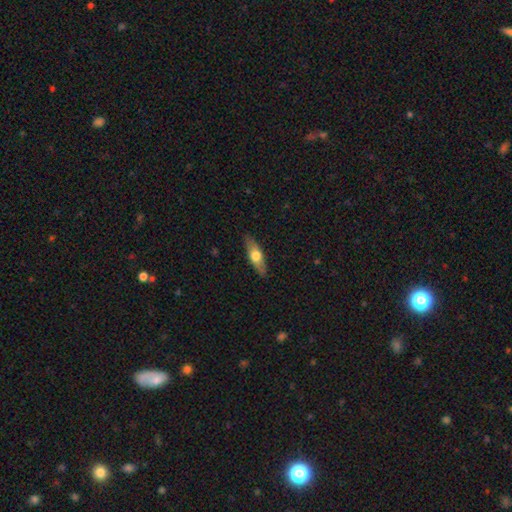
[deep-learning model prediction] Smooth or featured: smooth — 57% (featured or disk — 38%)
How rounded: cigar-shaped — 50% (in between — 47%)
Merging: none — 88% (minor disturbance — 9%)